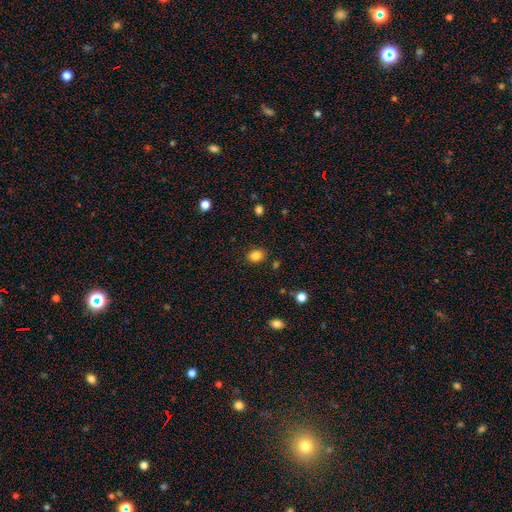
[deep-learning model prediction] The model was most divided on "how rounded": in between: 63%, round: 36%, cigar-shaped: 1%. More confident: merging — none (85%); smooth or featured — smooth (85%).